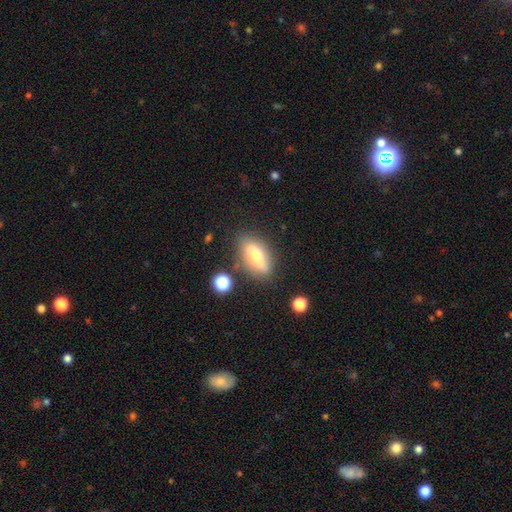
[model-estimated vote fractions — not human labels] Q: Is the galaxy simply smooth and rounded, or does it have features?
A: smooth — 54%.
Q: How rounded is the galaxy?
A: in between — 71%.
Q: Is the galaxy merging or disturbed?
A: none — 78%.